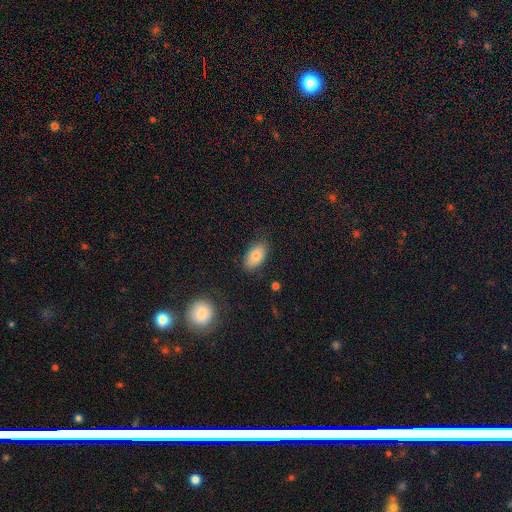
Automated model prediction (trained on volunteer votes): This appears to be a smooth galaxy with no disk features (81%) that is in between round and cigar-shaped (92%). Merging: none (81%).